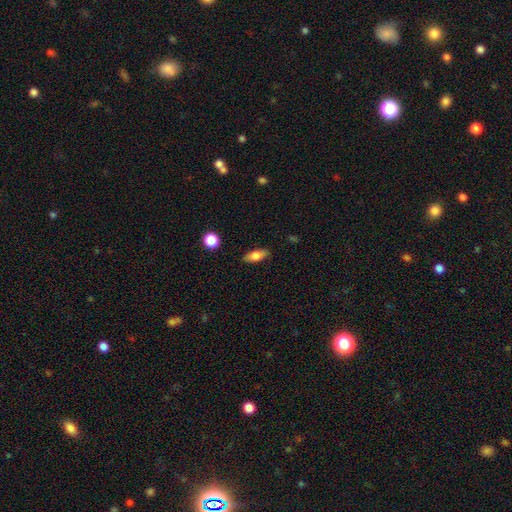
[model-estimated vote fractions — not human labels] Q: Smooth or featured?
A: smooth (78%); runner-up: featured or disk (14%)
Q: How rounded?
A: in between (81%); runner-up: cigar-shaped (15%)
Q: Merging?
A: none (86%); runner-up: minor disturbance (10%)